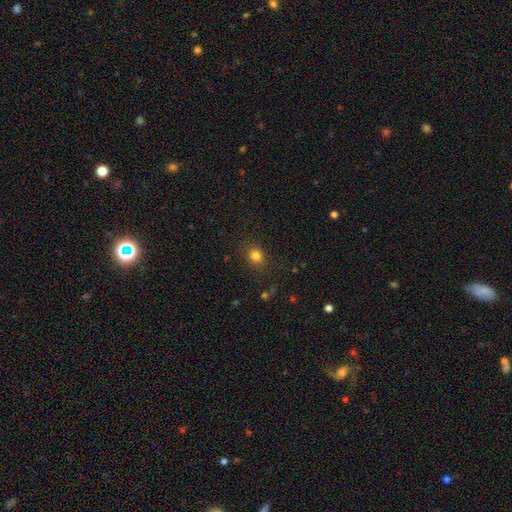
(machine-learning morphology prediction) Smooth or featured?
  - smooth: 80% *
  - star or artifact: 14%
  - featured or disk: 6%
How rounded?
  - round: 78% *
  - in between: 21%
  - cigar-shaped: 1%
Merging?
  - none: 84% *
  - minor disturbance: 10%
  - major disturbance: 4%
  - merger: 2%